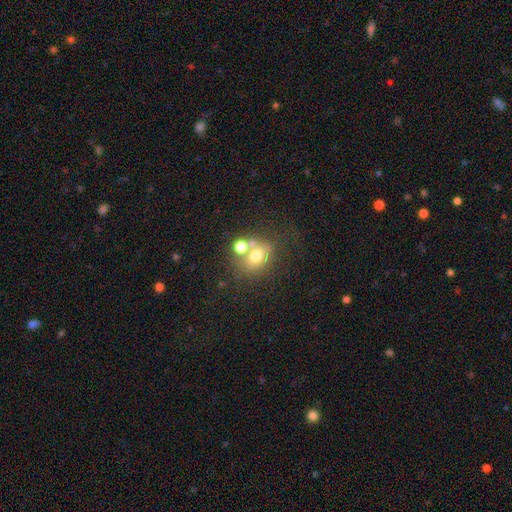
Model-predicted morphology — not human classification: A smooth galaxy with no disk features (64%) that is round (57%). Merging: none (46%).